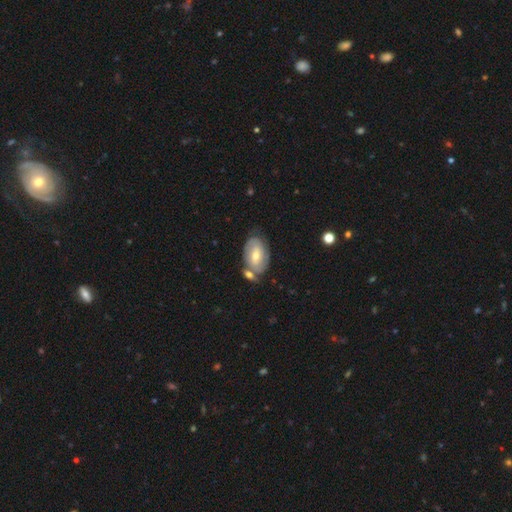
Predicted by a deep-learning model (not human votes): Smooth or featured?
  - featured or disk: 62% *
  - smooth: 31%
  - star or artifact: 7%
Edge-on disk?
  - no: 94% *
  - yes: 6%
Bar?
  - no: 46% *
  - weak: 41%
  - strong: 13%
Spiral arms?
  - yes: 81% *
  - no: 19%
Bulge size?
  - moderate: 57% *
  - small: 38%
  - large: 3%
  - none: 1%
  - dominant: 1%
Merging?
  - none: 60% *
  - merger: 17%
  - minor disturbance: 17%
  - major disturbance: 6%